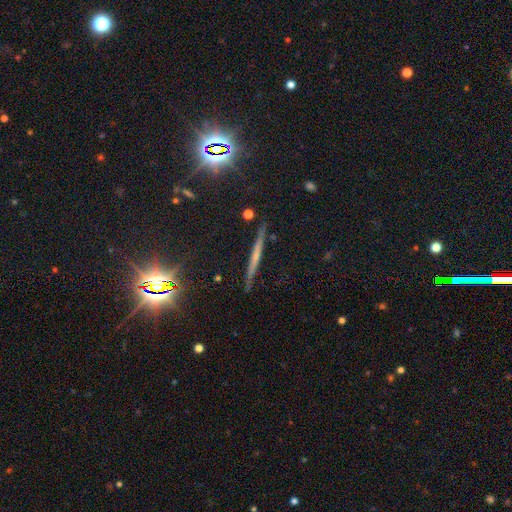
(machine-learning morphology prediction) A featured or disk galaxy (49%). Merging: none (88%).